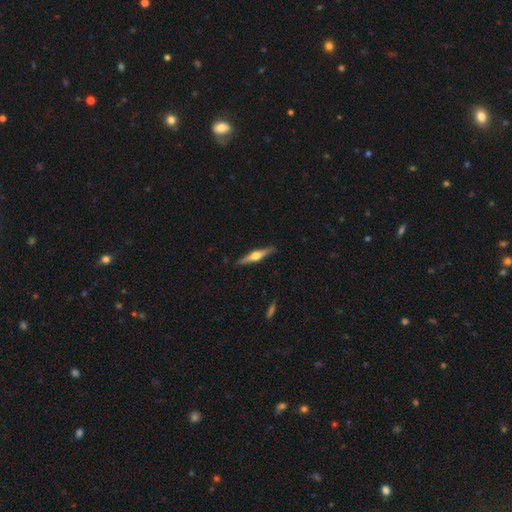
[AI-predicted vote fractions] smooth-or-featured: featured or disk: 69% | smooth: 26% | star or artifact: 5%
  disk-edge-on: yes: 97% | no: 3%
    edge-on-bulge: rounded: 95% | boxy: 3% | none: 2%
  merging: none: 90% | minor disturbance: 7% | major disturbance: 1% | merger: 1%